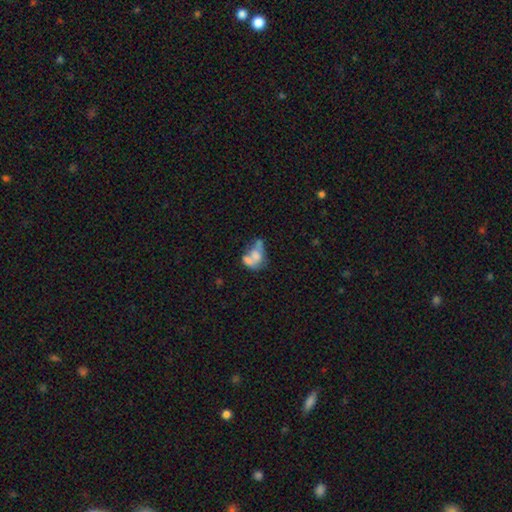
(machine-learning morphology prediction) A smooth galaxy with no disk features (51%) that is in between round and cigar-shaped (73%). Merging: merger (50%).